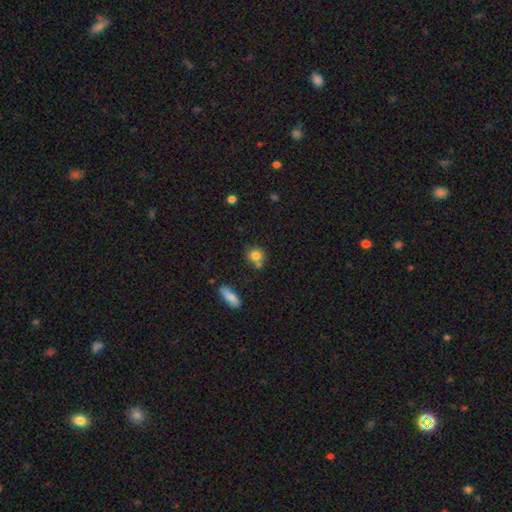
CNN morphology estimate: Smooth or featured? Predicted: smooth (p=0.79). How rounded? Predicted: round (p=0.77). Merging? Predicted: none (p=0.56).